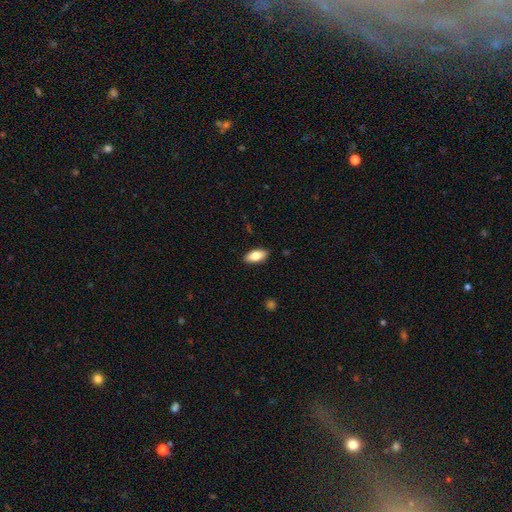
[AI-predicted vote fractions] Smooth or featured? smooth (79%)
How rounded? in between (88%)
Merging? none (88%)